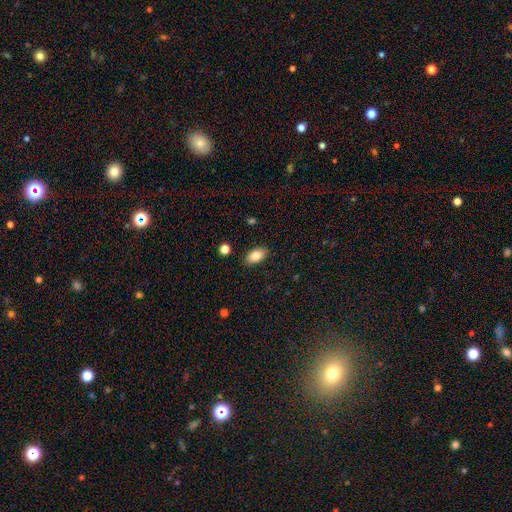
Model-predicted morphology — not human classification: smooth-or-featured: smooth: 83% | featured or disk: 9% | star or artifact: 8%
  how-rounded: in between: 91% | round: 6% | cigar-shaped: 3%
  merging: none: 87% | minor disturbance: 9% | major disturbance: 2% | merger: 1%